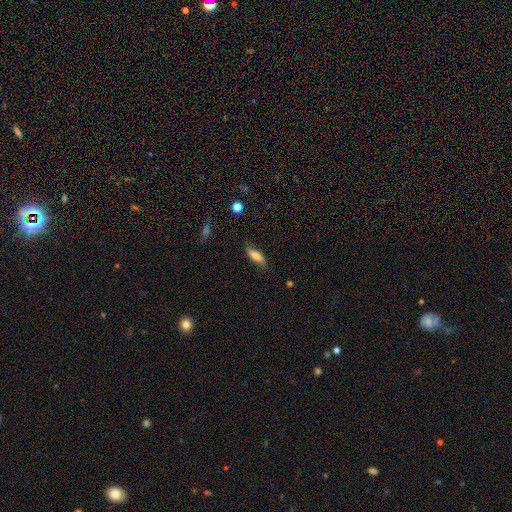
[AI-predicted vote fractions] This appears to be a smooth galaxy with no disk features (71%) that is in between round and cigar-shaped (58%). Merging: none (76%).